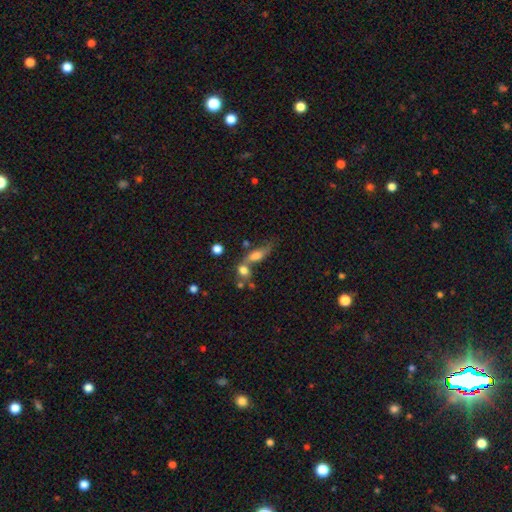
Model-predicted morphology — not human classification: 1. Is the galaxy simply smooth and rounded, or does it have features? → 64% smooth, 24% featured or disk, 12% star or artifact.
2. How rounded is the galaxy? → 65% in between, 22% cigar-shaped, 12% round.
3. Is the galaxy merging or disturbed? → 47% merger, 30% none, 13% minor disturbance, 10% major disturbance.